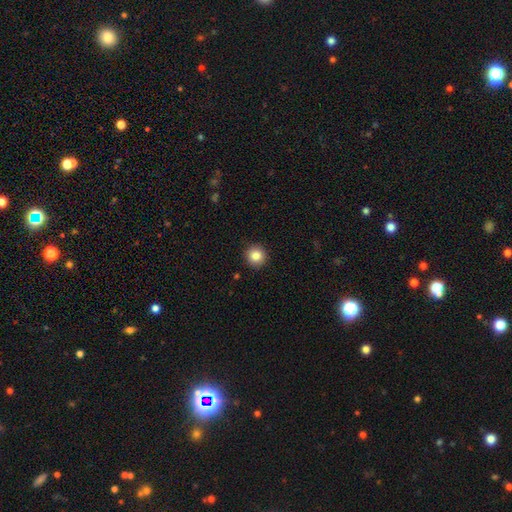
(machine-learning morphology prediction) A smooth galaxy with no disk features (86%) that is round (94%).

Vote fractions:
- Smooth or featured? smooth: 86% / star or artifact: 9% / featured or disk: 5%
- How rounded? round: 94% / in between: 5% / cigar-shaped: 1%
- Merging? none: 92% / minor disturbance: 5% / major disturbance: 2% / merger: 1%